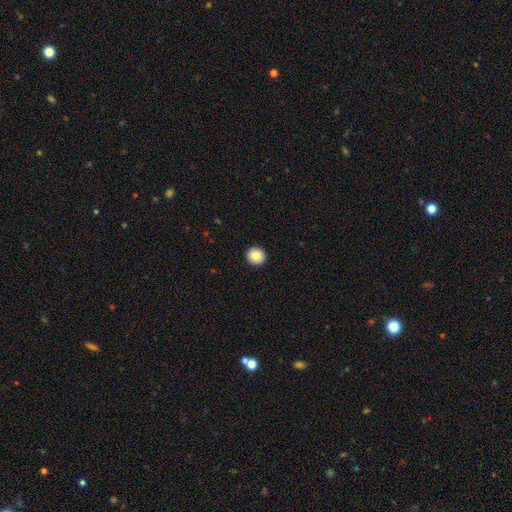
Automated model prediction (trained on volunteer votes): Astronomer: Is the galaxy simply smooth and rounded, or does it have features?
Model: smooth — 83%.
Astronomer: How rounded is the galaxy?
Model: round — 95%.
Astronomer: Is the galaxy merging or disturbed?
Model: none — 94%.